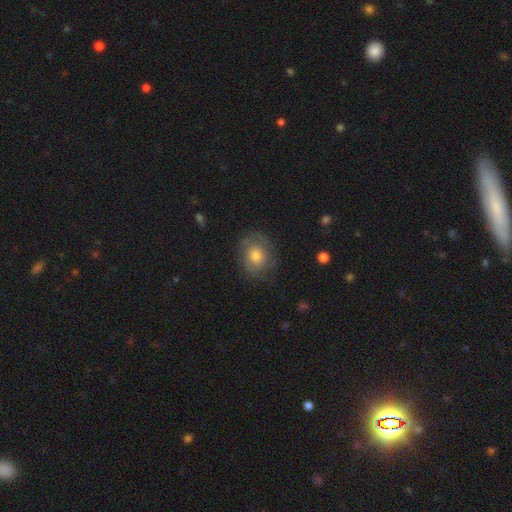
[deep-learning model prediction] The model was most divided on "smooth or featured" (2-way tie): featured or disk: 45%, smooth: 45%, star or artifact: 10%. More confident: merging — none (74%).